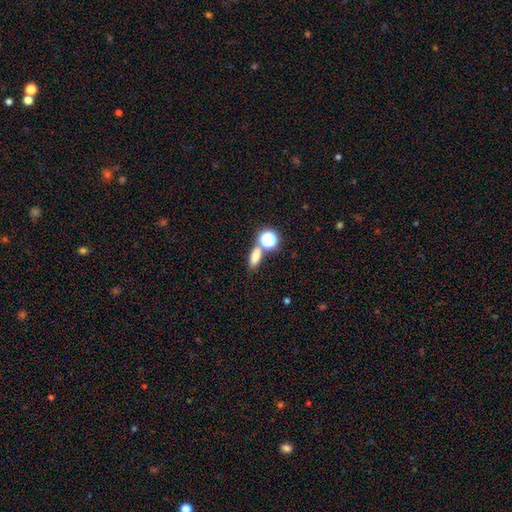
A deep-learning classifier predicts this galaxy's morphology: smooth 73%, star or artifact 17%, featured or disk 10%. Down the decision tree: how rounded — in between (60%); merging — none (63%).